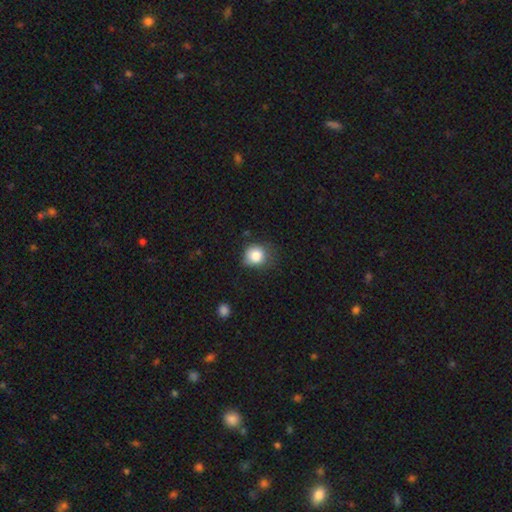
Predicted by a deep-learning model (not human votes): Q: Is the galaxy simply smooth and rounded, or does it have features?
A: smooth — 83%.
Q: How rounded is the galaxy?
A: round — 83%.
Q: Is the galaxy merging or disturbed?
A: none — 63%.